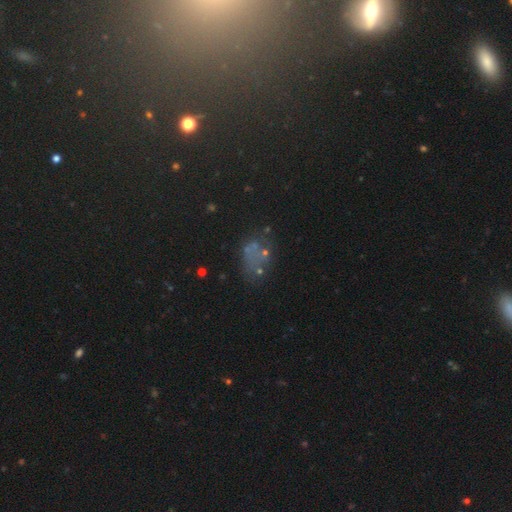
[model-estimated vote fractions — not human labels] This appears to be a smooth galaxy with no disk features (35%, tied with star or artifact). Merging: none (50%).